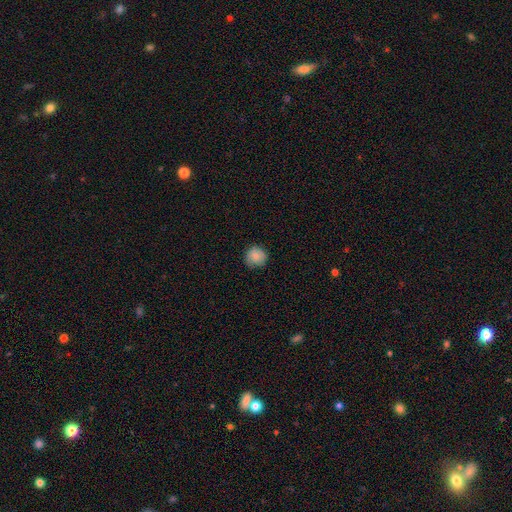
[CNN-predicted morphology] smooth 81%, featured or disk 11%, star or artifact 8%. Down the decision tree: how rounded — round (89%); merging — none (79%).